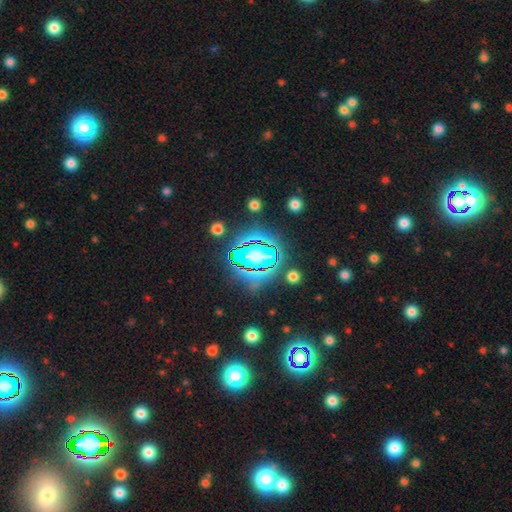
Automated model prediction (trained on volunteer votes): A star or artifact, not a galaxy (81%).